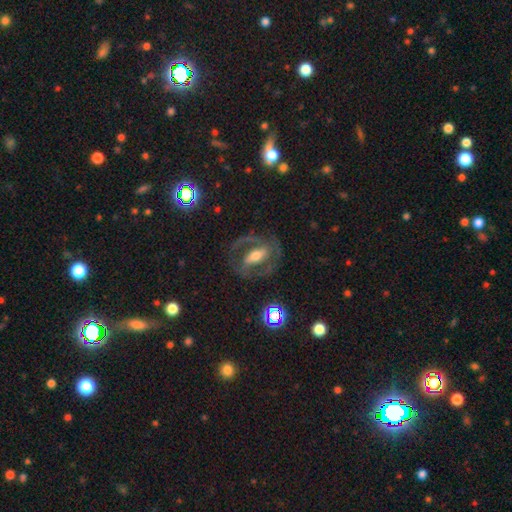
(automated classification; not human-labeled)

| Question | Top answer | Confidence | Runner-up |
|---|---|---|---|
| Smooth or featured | featured or disk | 79% | smooth (14%) |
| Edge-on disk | no | 92% | yes (8%) |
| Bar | strong | 58% | weak (26%) |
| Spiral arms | yes | 77% | no (23%) |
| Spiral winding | medium | 50% | tight (35%) |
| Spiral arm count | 2 | 84% | can't tell (8%) |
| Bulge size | moderate | 59% | small (25%) |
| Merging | none | 74% | minor disturbance (13%) |